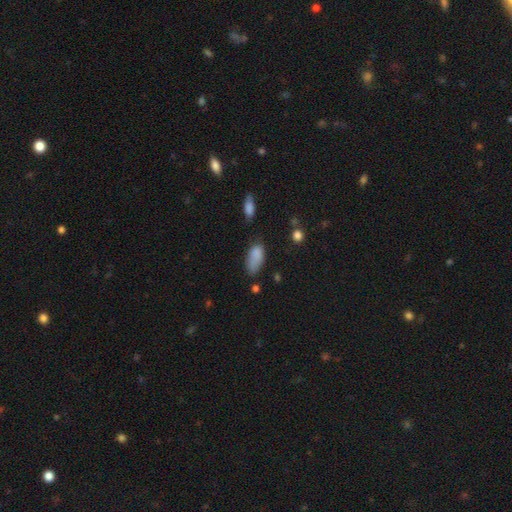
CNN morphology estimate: smooth_or_featured: smooth (p=0.83) [alt: star or artifact p=0.09]
how_rounded: in between (p=0.89) [alt: cigar-shaped p=0.08]
merging: none (p=0.50) [alt: minor disturbance p=0.33]